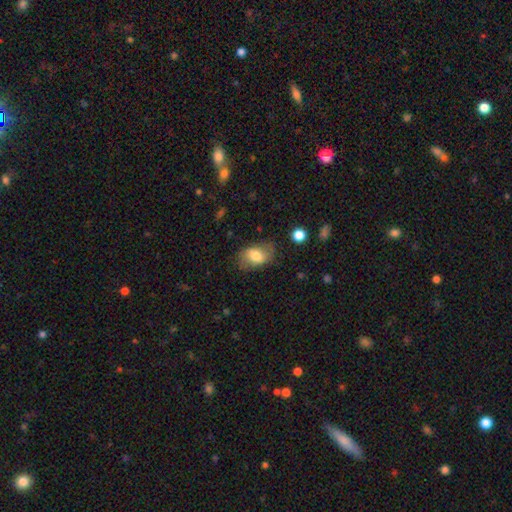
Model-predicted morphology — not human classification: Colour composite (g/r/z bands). It shows a smooth galaxy with no disk features (70%) that is in between round and cigar-shaped (84%). Merging: none (68%).